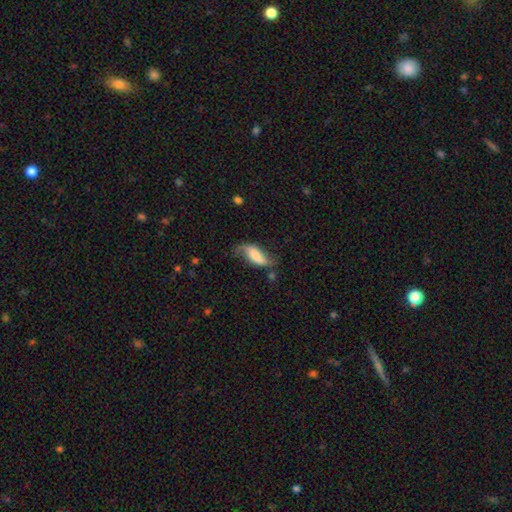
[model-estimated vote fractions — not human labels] Morphology: type=featured or disk (47%); merging=none (45%).